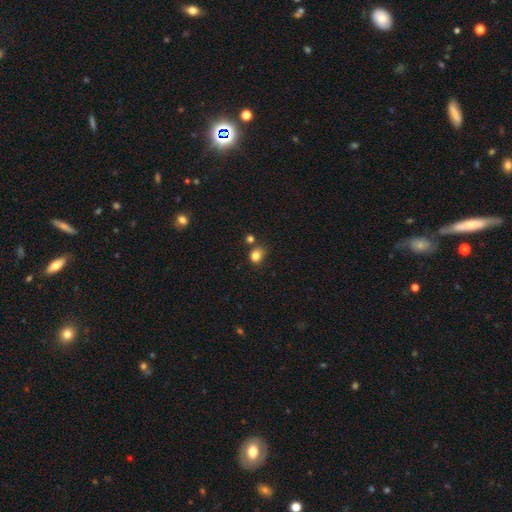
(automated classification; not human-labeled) Smooth or featured? smooth (82%)
How rounded? round (59%)
Merging? none (69%)